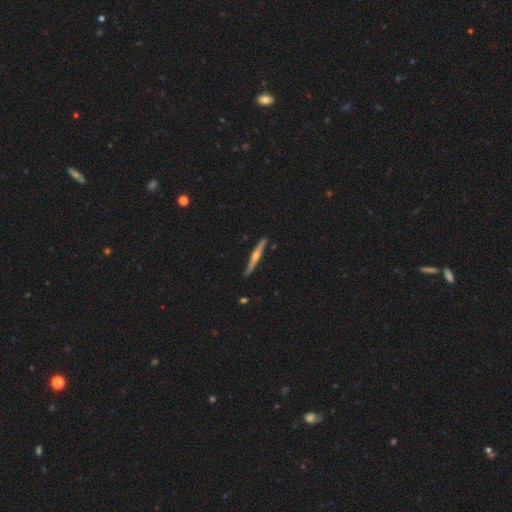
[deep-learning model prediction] featured or disk 74%, smooth 21%, star or artifact 5%. Down the decision tree: edge-on disk — yes (98%); edge-on bulge — rounded (87%); merging — none (89%).